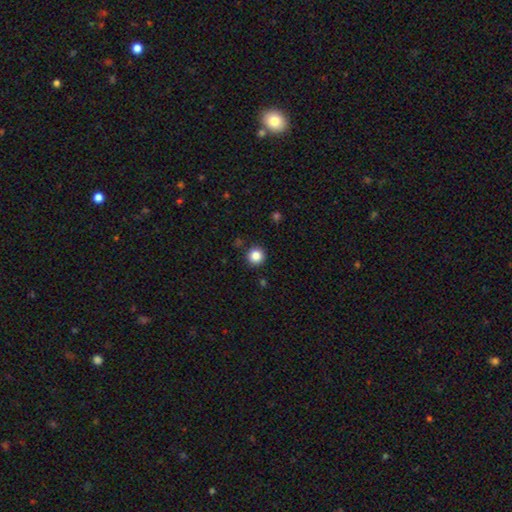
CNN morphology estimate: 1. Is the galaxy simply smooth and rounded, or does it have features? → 85% smooth, 11% star or artifact, 4% featured or disk.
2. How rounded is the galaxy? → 95% round, 4% in between, 1% cigar-shaped.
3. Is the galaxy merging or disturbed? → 91% none, 5% minor disturbance, 2% major disturbance, 1% merger.